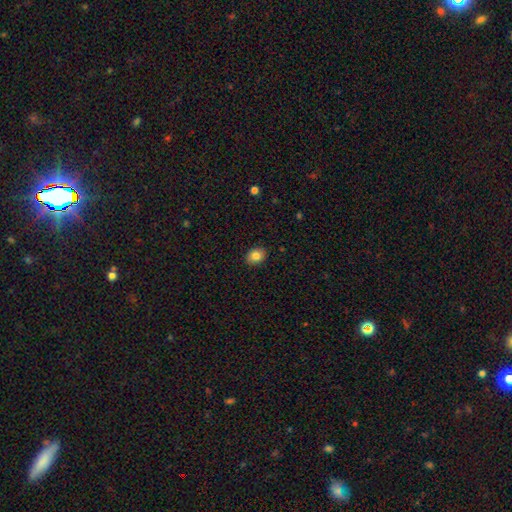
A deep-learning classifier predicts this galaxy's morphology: smooth-or-featured: smooth: 84% | star or artifact: 9% | featured or disk: 7%
  how-rounded: in between: 59% | round: 40% | cigar-shaped: 1%
  merging: none: 90% | minor disturbance: 7% | major disturbance: 2% | merger: 1%